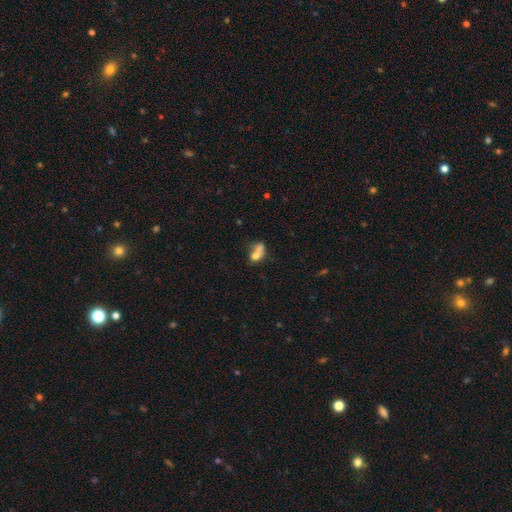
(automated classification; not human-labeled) Smooth or featured? smooth (66%)
How rounded? in between (70%)
Merging? merger (37%)